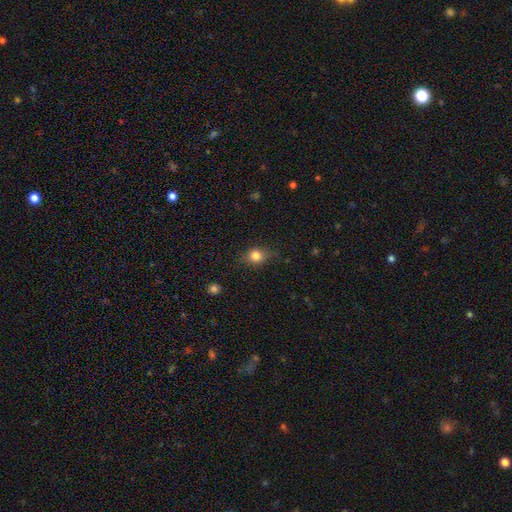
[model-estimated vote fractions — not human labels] smooth-or-featured: smooth: 80% | star or artifact: 11% | featured or disk: 8%
  how-rounded: round: 61% | in between: 37% | cigar-shaped: 2%
  merging: none: 78% | minor disturbance: 17% | major disturbance: 4% | merger: 1%